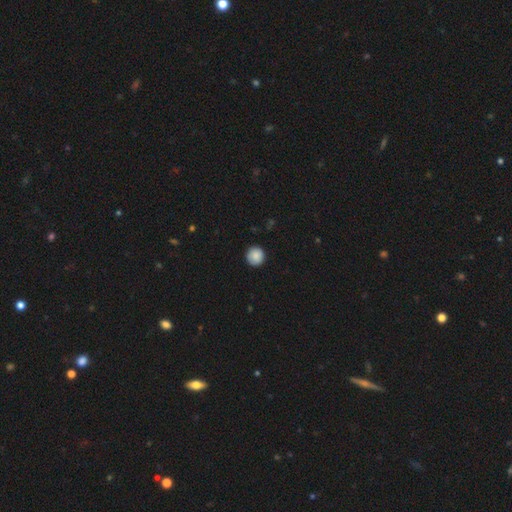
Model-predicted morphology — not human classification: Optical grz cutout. It shows a smooth galaxy with no disk features (87%) that is round (95%). Merging: none (90%).